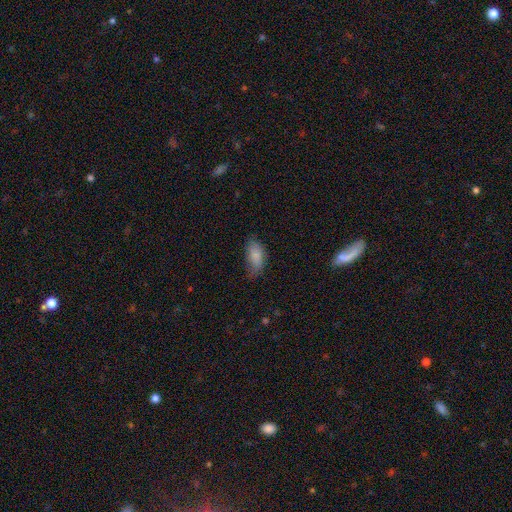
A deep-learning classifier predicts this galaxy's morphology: Q: Smooth or featured?
A: smooth (85%); runner-up: featured or disk (8%)
Q: How rounded?
A: in between (91%); runner-up: cigar-shaped (6%)
Q: Merging?
A: none (61%); runner-up: minor disturbance (30%)